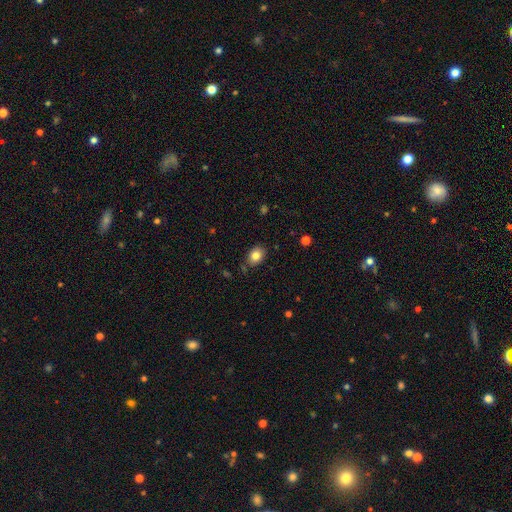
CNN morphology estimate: Q: Smooth or featured?
A: smooth (82%); runner-up: star or artifact (9%)
Q: How rounded?
A: in between (65%); runner-up: round (34%)
Q: Merging?
A: none (82%); runner-up: minor disturbance (13%)